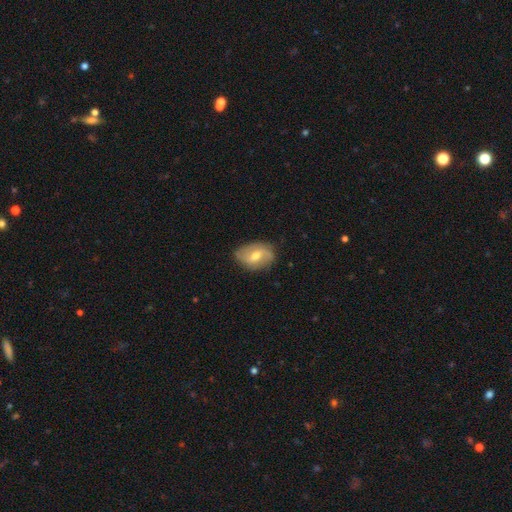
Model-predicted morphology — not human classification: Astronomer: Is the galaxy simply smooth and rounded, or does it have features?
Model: featured or disk — 62%.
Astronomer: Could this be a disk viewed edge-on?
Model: no — 95%.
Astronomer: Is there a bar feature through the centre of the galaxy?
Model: weak — 53% (runner-up: no, 31%).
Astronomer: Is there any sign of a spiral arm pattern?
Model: yes — 83%.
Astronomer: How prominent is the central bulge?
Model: moderate — 65%.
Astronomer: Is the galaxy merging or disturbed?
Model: none — 77%.